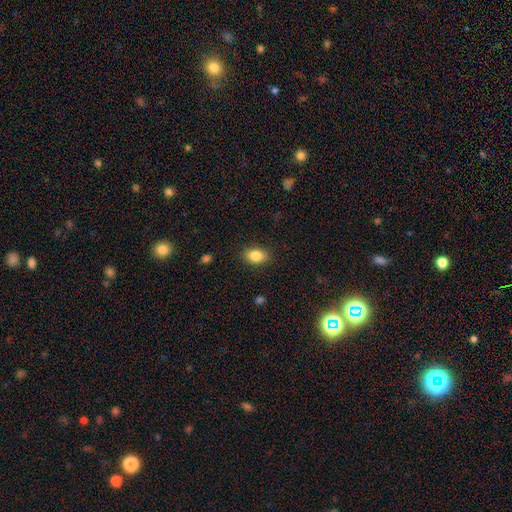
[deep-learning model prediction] smooth-or-featured: smooth: 85% | star or artifact: 8% | featured or disk: 7%
  how-rounded: in between: 85% | round: 13% | cigar-shaped: 1%
  merging: none: 87% | minor disturbance: 9% | major disturbance: 3% | merger: 1%